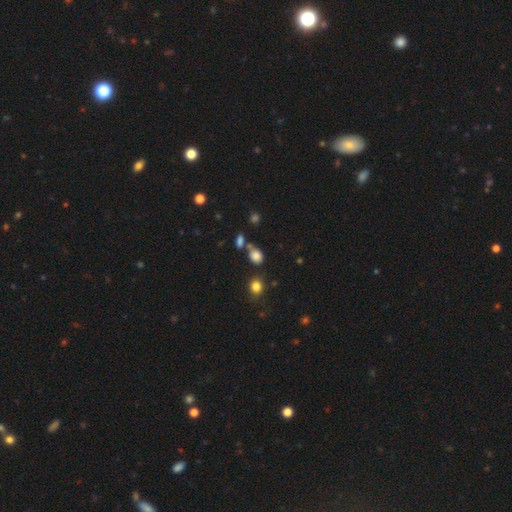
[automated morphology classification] The model was most divided on "how rounded": in between: 56%, round: 42%, cigar-shaped: 2%. More confident: smooth or featured — smooth (80%); merging — none (58%).